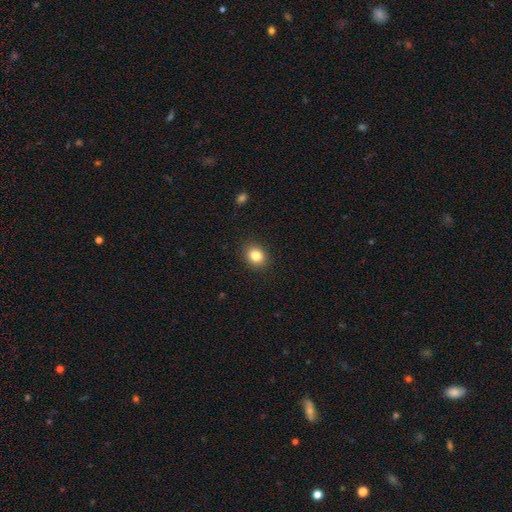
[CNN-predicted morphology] A smooth galaxy with no disk features (84%) that is round (60%).

Vote fractions:
- Smooth or featured? smooth: 84% / star or artifact: 10% / featured or disk: 6%
- How rounded? round: 60% / in between: 39% / cigar-shaped: 1%
- Merging? none: 90% / minor disturbance: 7% / major disturbance: 2% / merger: 1%